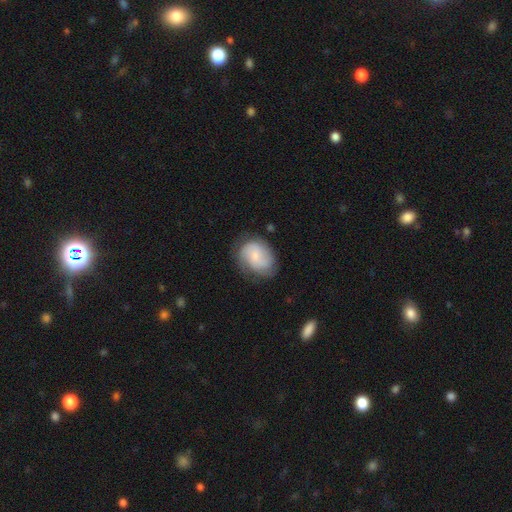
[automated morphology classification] Q: Smooth or featured?
A: featured or disk (49%); runner-up: smooth (44%)
Q: Merging?
A: none (65%); runner-up: minor disturbance (24%)